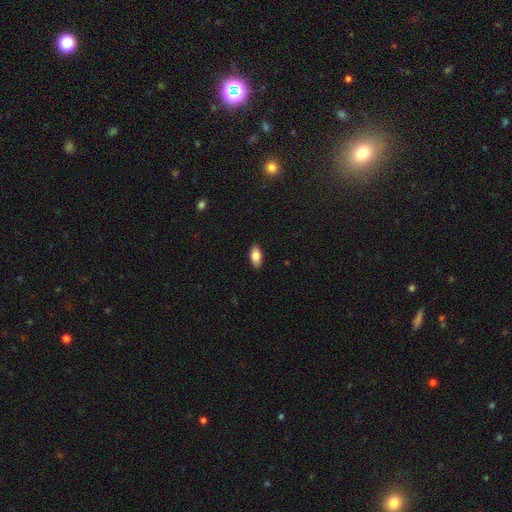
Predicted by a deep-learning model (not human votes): smooth_or_featured: smooth (p=0.83) [alt: featured or disk p=0.11]
how_rounded: in between (p=0.90) [alt: cigar-shaped p=0.07]
merging: none (p=0.89) [alt: minor disturbance p=0.08]